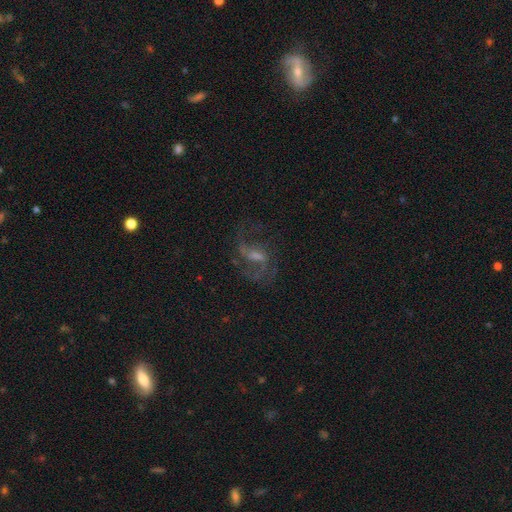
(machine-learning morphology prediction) This is likely a featured or disk galaxy (76%). It is clearly not viewed edge-on (96%). Bar: possibly weak (53%). Spiral arm pattern: clearly yes (90%). Spiral arm count: likely 2 (66%). Spiral winding: possibly loose (48%). Central bulge: marginally small (38%). Merging: possibly none (59%).